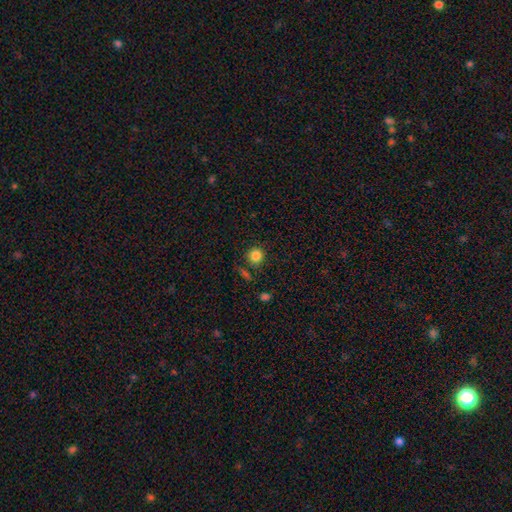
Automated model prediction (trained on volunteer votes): Smooth or featured?
  - smooth: 83% *
  - star or artifact: 12%
  - featured or disk: 5%
How rounded?
  - round: 93% *
  - in between: 6%
  - cigar-shaped: 1%
Merging?
  - none: 83% *
  - minor disturbance: 9%
  - merger: 5%
  - major disturbance: 3%